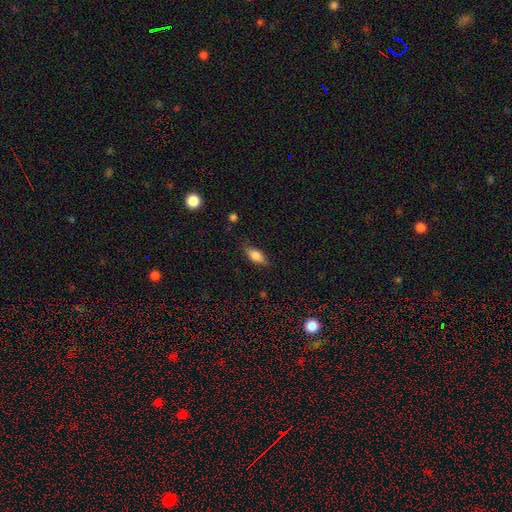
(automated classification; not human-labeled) smooth_or_featured: smooth (p=0.77) [alt: featured or disk p=0.15]
how_rounded: in between (p=0.81) [alt: cigar-shaped p=0.16]
merging: none (p=0.77) [alt: minor disturbance p=0.17]